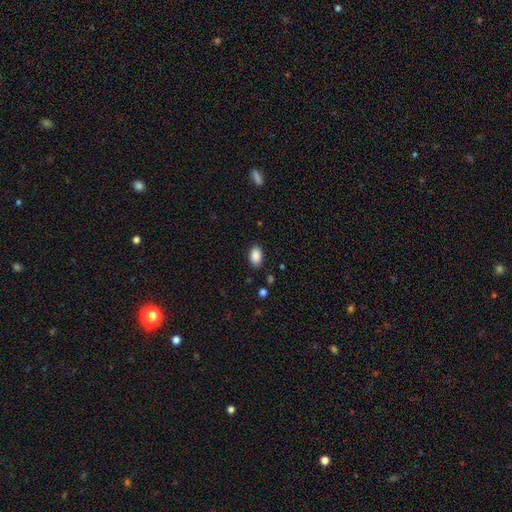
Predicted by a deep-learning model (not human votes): Smooth or featured?
  - smooth: 88% *
  - star or artifact: 8%
  - featured or disk: 4%
How rounded?
  - in between: 91% *
  - round: 8%
  - cigar-shaped: 1%
Merging?
  - none: 86% *
  - minor disturbance: 10%
  - major disturbance: 2%
  - merger: 1%